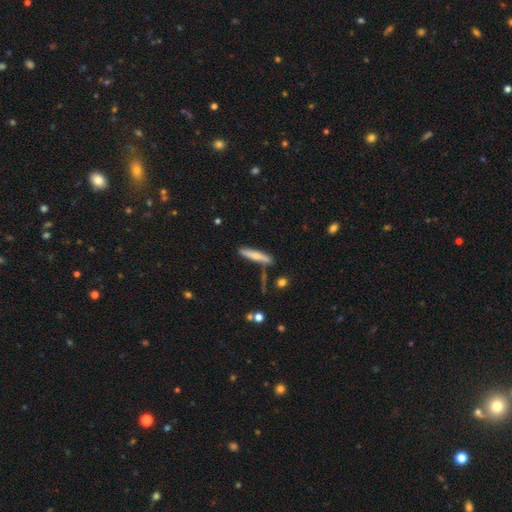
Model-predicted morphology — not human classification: A smooth galaxy with no disk features (59%) that is cigar-shaped (88%). Merging: none (76%).